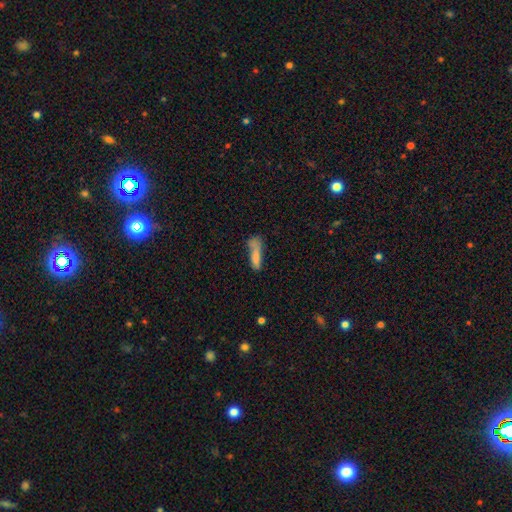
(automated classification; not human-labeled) This appears to be a smooth galaxy with no disk features (74%) that is cigar-shaped (69%). Merging: none (39%).